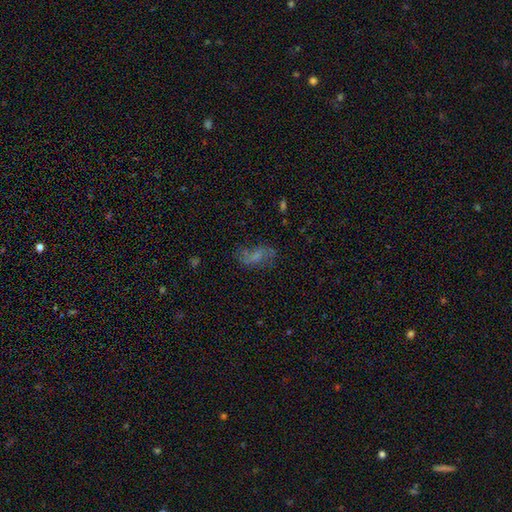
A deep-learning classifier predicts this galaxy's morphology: A featured or disk galaxy (43%).

Vote fractions:
- Smooth or featured? featured or disk: 43% / smooth: 42% / star or artifact: 15%
- Merging? none: 62% / minor disturbance: 21% / major disturbance: 14% / merger: 3%